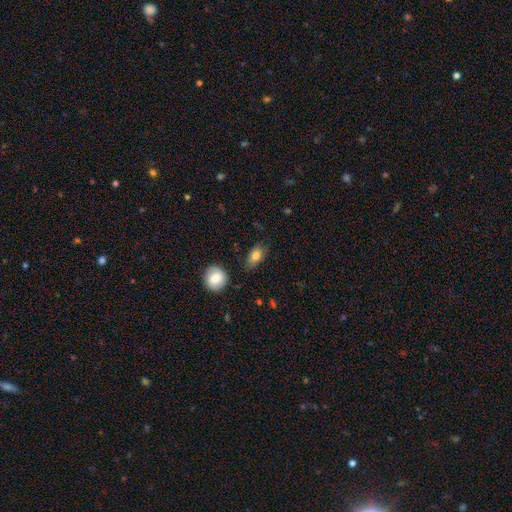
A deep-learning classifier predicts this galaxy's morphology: Smooth or featured? smooth (79%)
How rounded? in between (83%)
Merging? none (75%)